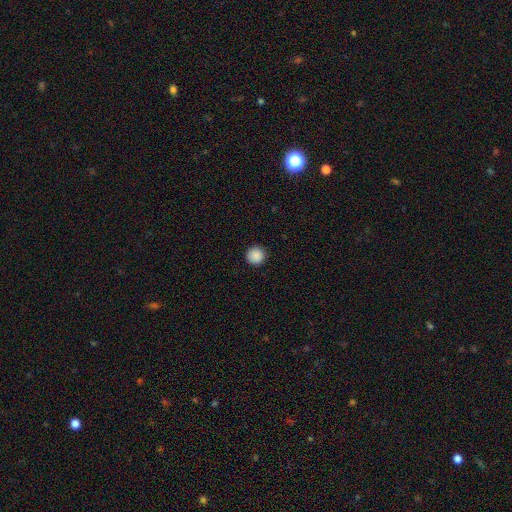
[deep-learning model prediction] This is clearly a smooth galaxy (89%). How rounded: clearly round (96%). Merging: clearly none (93%).